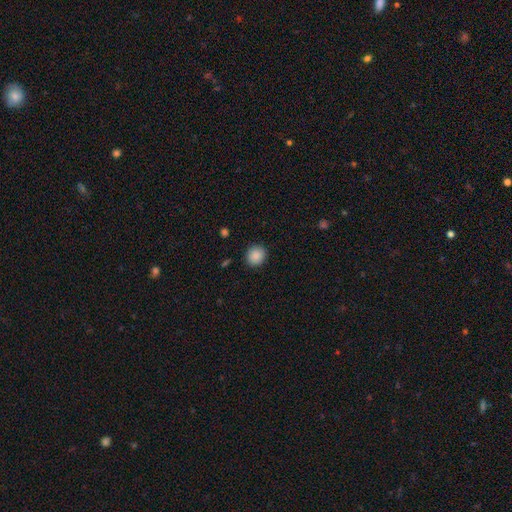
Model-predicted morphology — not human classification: Smooth or featured: smooth — 88% (star or artifact — 9%)
How rounded: round — 84% (in between — 15%)
Merging: none — 90% (minor disturbance — 6%)